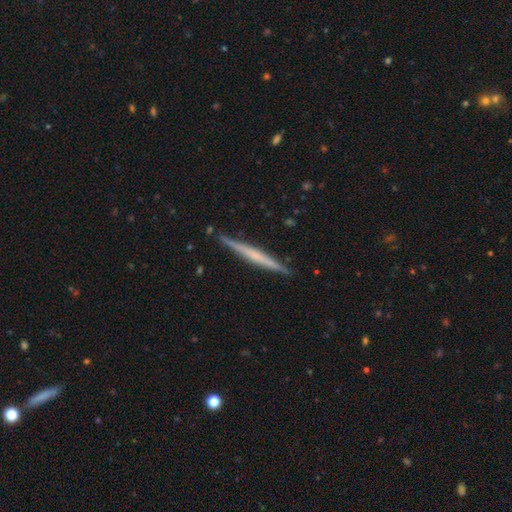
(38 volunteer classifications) This is likely a featured or disk galaxy (66%). It is clearly viewed edge-on (100%). Edge-on bulge: marginally none (44%, tied with rounded). Merging: clearly none (92%).